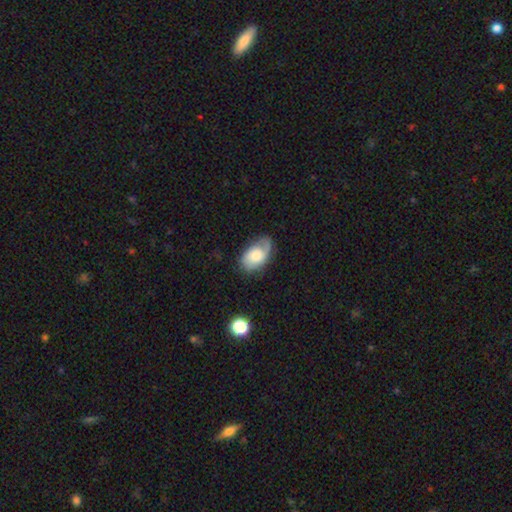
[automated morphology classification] type=featured or disk (53%); edge-on=no (95%); bar=no (71%); spiral arms=yes (87%); bulge=moderate (31%); merging=none (62%).